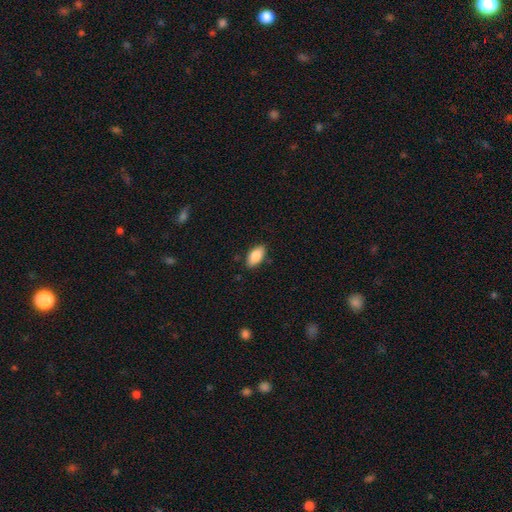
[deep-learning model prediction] Q: Smooth or featured?
A: smooth (85%); runner-up: featured or disk (9%)
Q: How rounded?
A: in between (92%); runner-up: cigar-shaped (5%)
Q: Merging?
A: none (85%); runner-up: minor disturbance (12%)